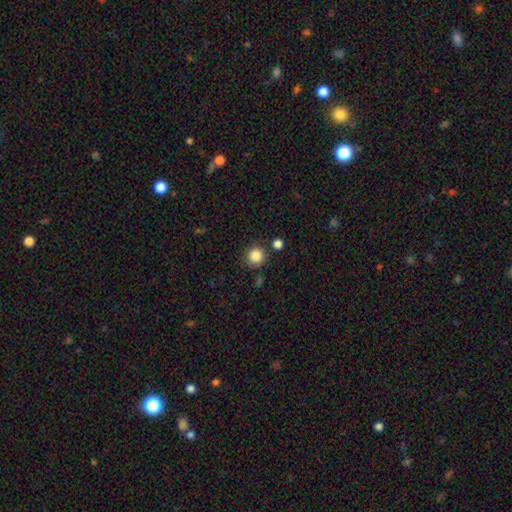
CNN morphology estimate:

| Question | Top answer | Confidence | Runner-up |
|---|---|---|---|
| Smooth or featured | smooth | 86% | star or artifact (10%) |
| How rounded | round | 94% | in between (5%) |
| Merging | none | 85% | minor disturbance (8%) |